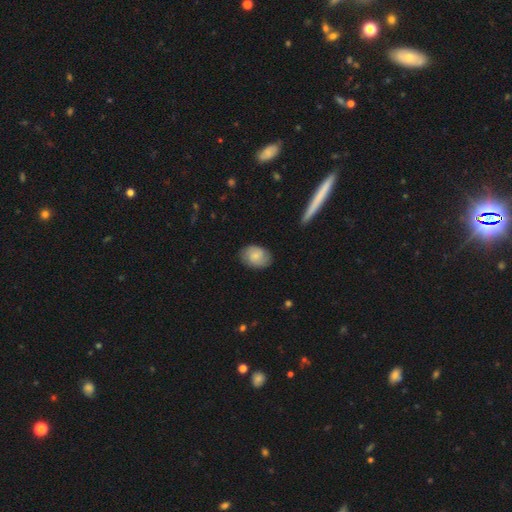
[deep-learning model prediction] smooth-or-featured: smooth: 71% | featured or disk: 22% | star or artifact: 7%
  how-rounded: in between: 76% | round: 23% | cigar-shaped: 1%
  merging: none: 81% | minor disturbance: 15% | major disturbance: 3% | merger: 1%